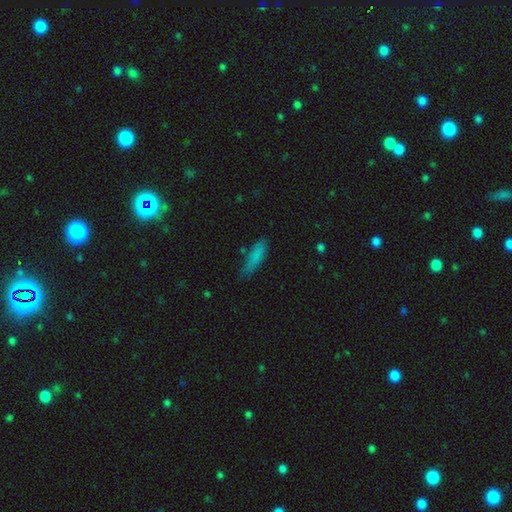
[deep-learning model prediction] Q: Smooth or featured?
A: smooth (83%); runner-up: featured or disk (9%)
Q: How rounded?
A: cigar-shaped (64%); runner-up: in between (34%)
Q: Merging?
A: none (73%); runner-up: minor disturbance (20%)